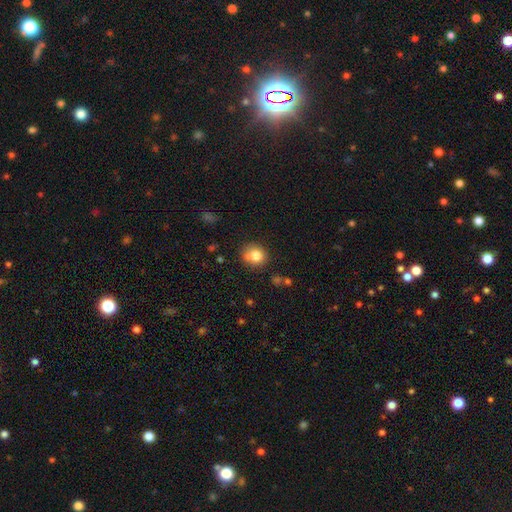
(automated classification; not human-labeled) This is clearly a smooth galaxy (81%). How rounded: likely round (75%). Merging: likely none (67%).